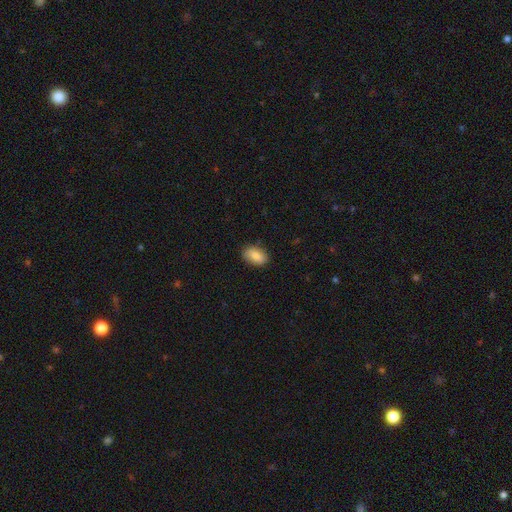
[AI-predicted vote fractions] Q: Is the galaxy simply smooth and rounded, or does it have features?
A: smooth — 86%.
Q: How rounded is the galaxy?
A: in between — 90%.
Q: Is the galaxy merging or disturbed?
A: none — 85%.